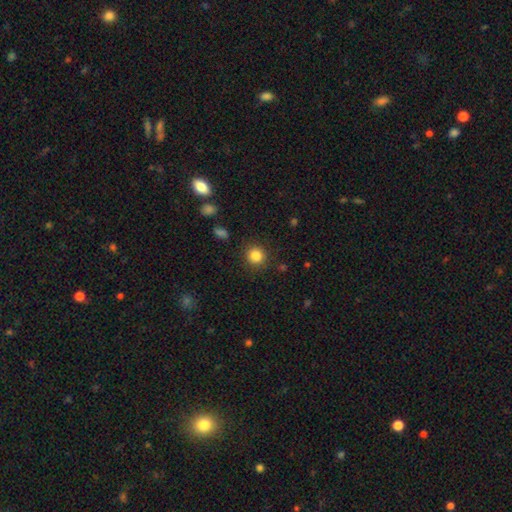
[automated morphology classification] smooth-or-featured: smooth: 85% | star or artifact: 11% | featured or disk: 4%
  how-rounded: round: 92% | in between: 7% | cigar-shaped: 1%
  merging: none: 89% | minor disturbance: 7% | major disturbance: 3% | merger: 1%